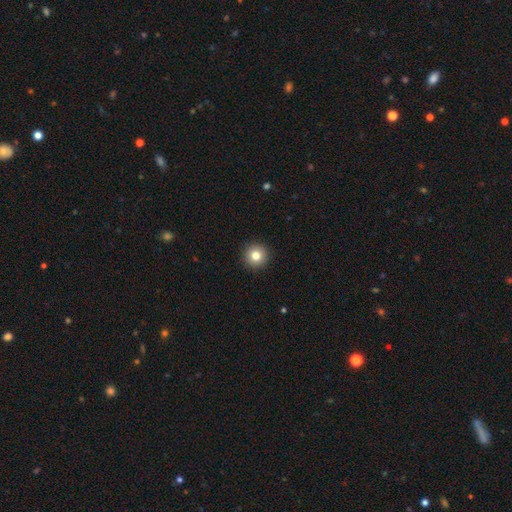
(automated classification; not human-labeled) smooth 80%, star or artifact 11%, featured or disk 8%. Down the decision tree: how rounded — round (96%); merging — none (93%).